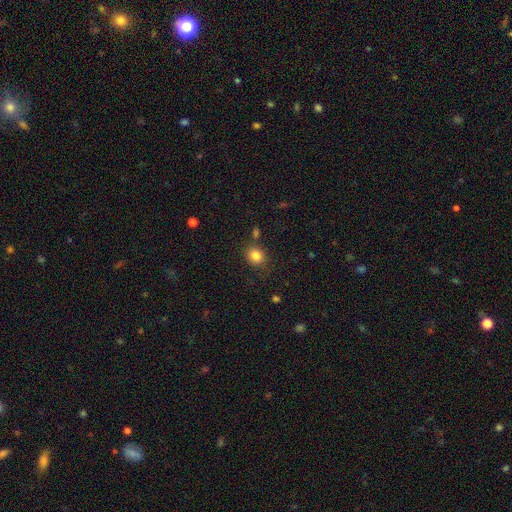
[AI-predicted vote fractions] smooth_or_featured: smooth (p=0.84) [alt: star or artifact p=0.11]
how_rounded: round (p=0.73) [alt: in between p=0.26]
merging: none (p=0.79) [alt: minor disturbance p=0.11]